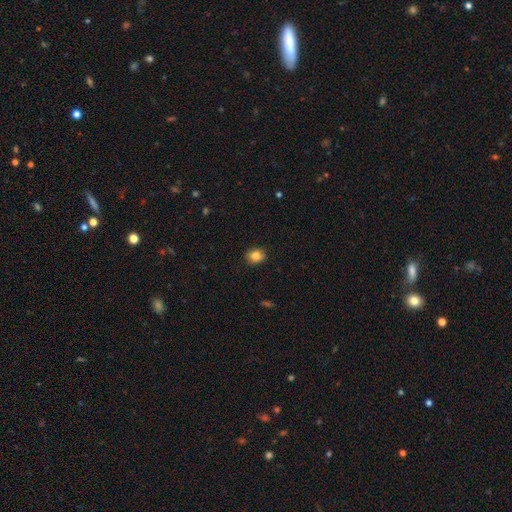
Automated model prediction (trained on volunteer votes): A smooth galaxy with no disk features (84%) that is round (57%).

Vote fractions:
- Smooth or featured? smooth: 84% / star or artifact: 10% / featured or disk: 6%
- How rounded? round: 57% / in between: 42% / cigar-shaped: 1%
- Merging? none: 89% / minor disturbance: 9% / major disturbance: 2% / merger: 1%